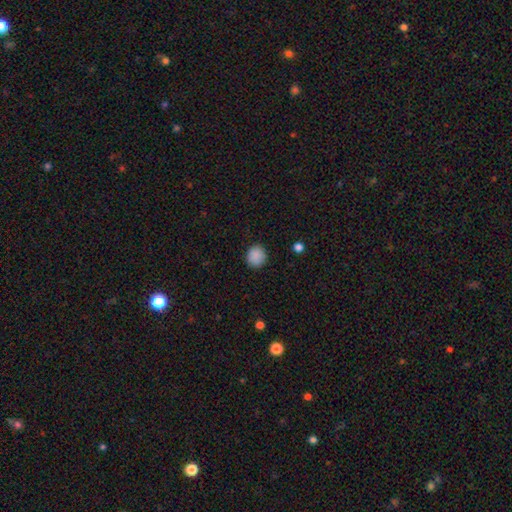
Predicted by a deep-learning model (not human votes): This is clearly a smooth galaxy (89%). How rounded: clearly round (88%). Merging: clearly none (90%).